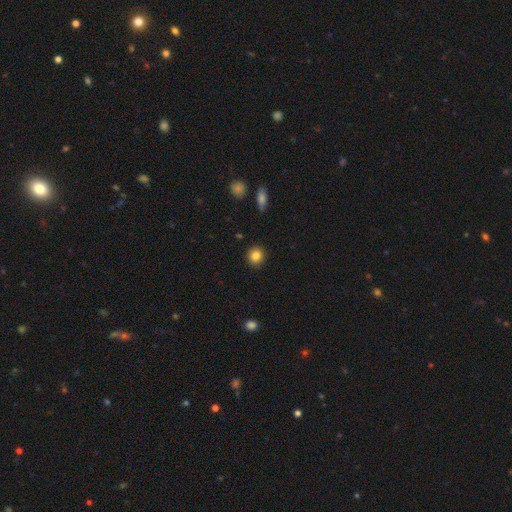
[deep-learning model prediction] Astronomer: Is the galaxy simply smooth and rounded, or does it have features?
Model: smooth — 84%.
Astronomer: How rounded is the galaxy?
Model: round — 86%.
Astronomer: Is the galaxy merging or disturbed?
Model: none — 90%.